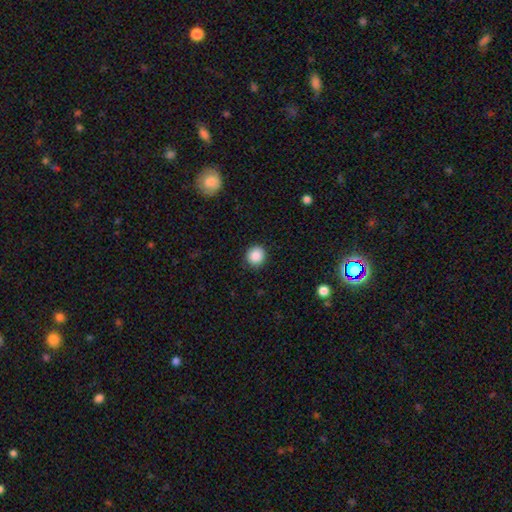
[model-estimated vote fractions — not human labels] This appears to be a smooth galaxy with no disk features (88%) that is round (92%). Merging: none (90%).